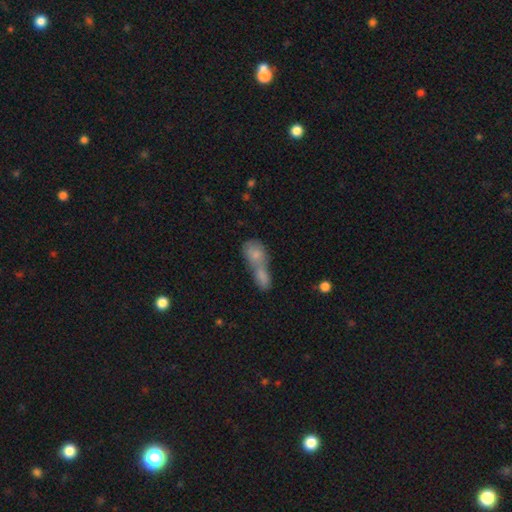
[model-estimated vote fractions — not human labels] This is likely a smooth galaxy (77%). How rounded: likely in between (66%). Merging: likely merger (75%).